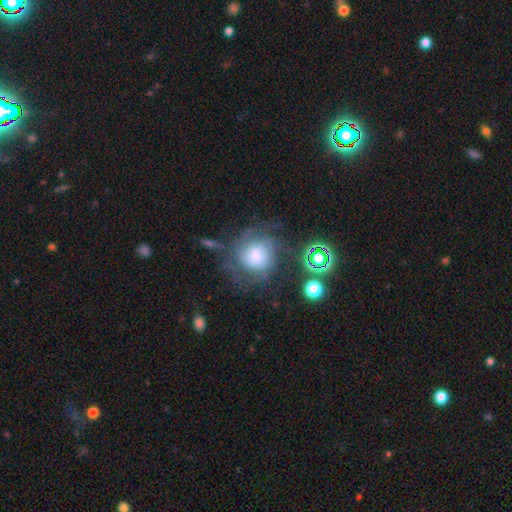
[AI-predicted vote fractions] This appears to be a featured or disk galaxy (46%). Merging: none (53%).